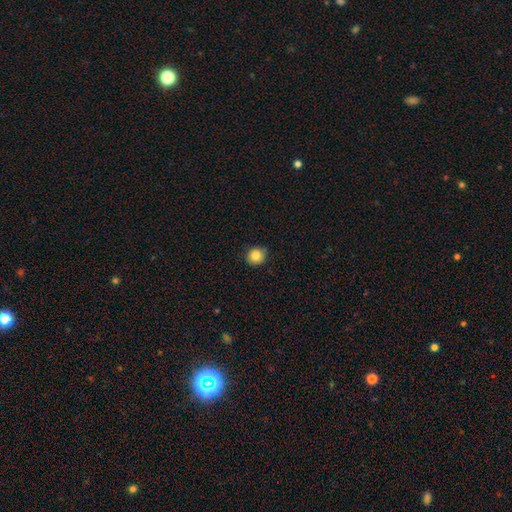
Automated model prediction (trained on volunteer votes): Smooth or featured?
  - smooth: 85% *
  - star or artifact: 10%
  - featured or disk: 5%
How rounded?
  - round: 90% *
  - in between: 9%
  - cigar-shaped: 1%
Merging?
  - none: 84% *
  - minor disturbance: 13%
  - major disturbance: 2%
  - merger: 2%